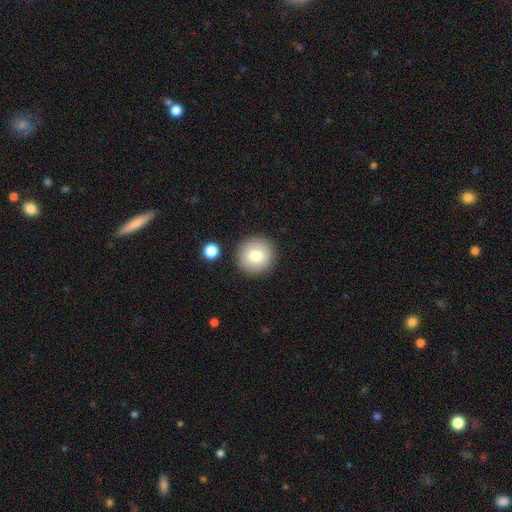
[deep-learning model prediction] The model was most divided on "smooth or featured": smooth: 78%, featured or disk: 13%, star or artifact: 9%. More confident: how rounded — round (95%); merging — none (88%).